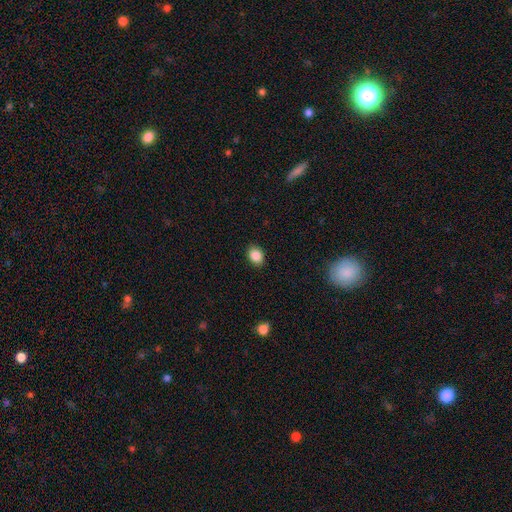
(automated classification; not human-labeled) Smooth or featured? smooth (87%)
How rounded? in between (57%)
Merging? none (89%)